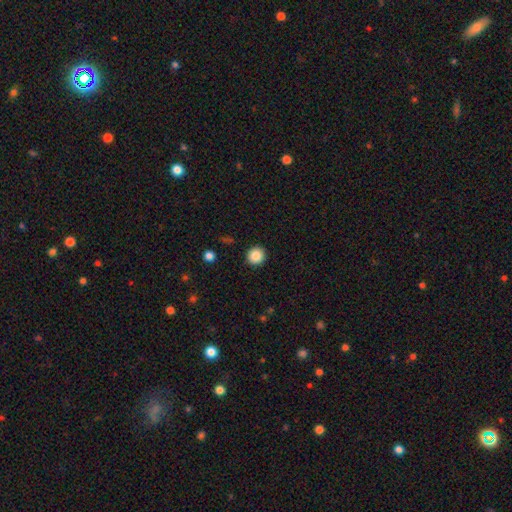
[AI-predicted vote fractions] Smooth or featured? Predicted: smooth (p=0.87). How rounded? Predicted: round (p=0.94). Merging? Predicted: none (p=0.92).